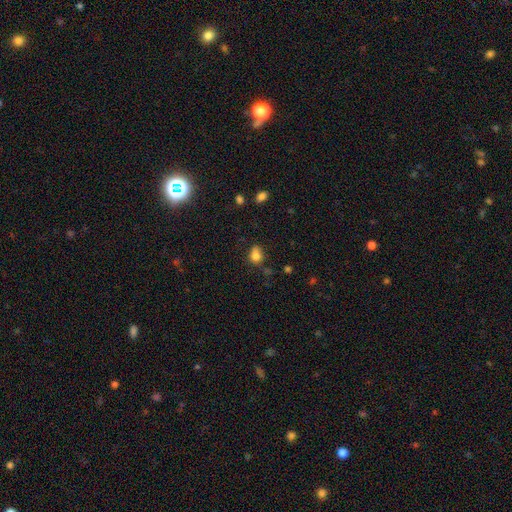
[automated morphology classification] This appears to be a smooth galaxy with no disk features (79%) that is in between round and cigar-shaped (54%). Merging: none (50%).